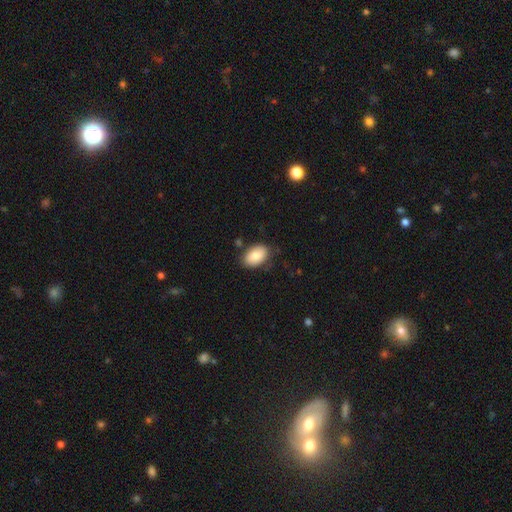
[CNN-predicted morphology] smooth-or-featured: smooth: 84% | featured or disk: 10% | star or artifact: 7%
  how-rounded: in between: 89% | round: 10% | cigar-shaped: 1%
  merging: none: 76% | minor disturbance: 17% | major disturbance: 4% | merger: 3%